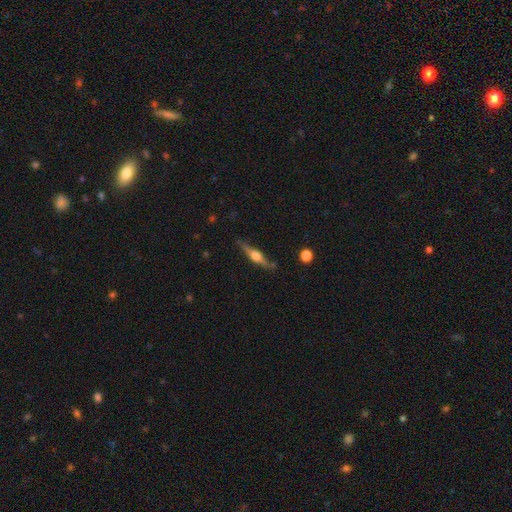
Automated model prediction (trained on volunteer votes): This appears to be a featured or disk galaxy (73%) viewed edge-on (97%) with a rounded central bulge (89%). Merging: none (82%).